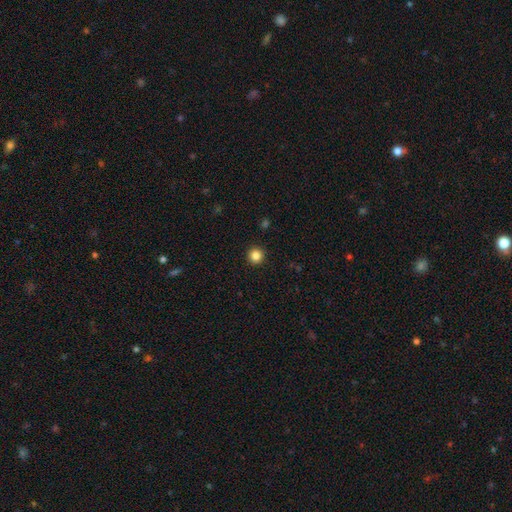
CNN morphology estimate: smooth_or_featured: smooth (p=0.85) [alt: star or artifact p=0.11]
how_rounded: round (p=0.96) [alt: in between p=0.03]
merging: none (p=0.93) [alt: minor disturbance p=0.04]